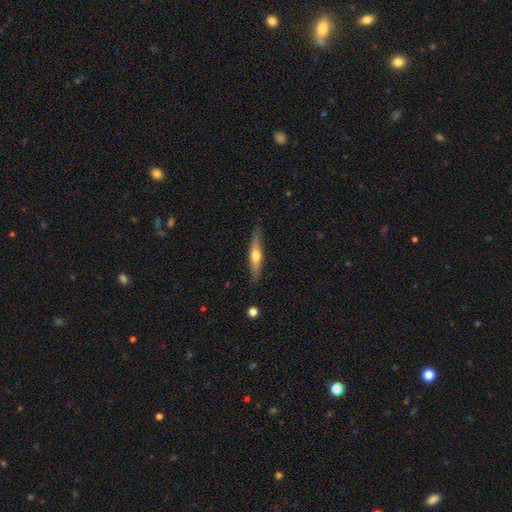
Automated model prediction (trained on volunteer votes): smooth-or-featured: featured or disk: 55% | smooth: 40% | star or artifact: 5%
  disk-edge-on: yes: 94% | no: 6%
    edge-on-bulge: rounded: 89% | none: 6% | boxy: 4%
  merging: none: 84% | minor disturbance: 12% | major disturbance: 2% | merger: 1%